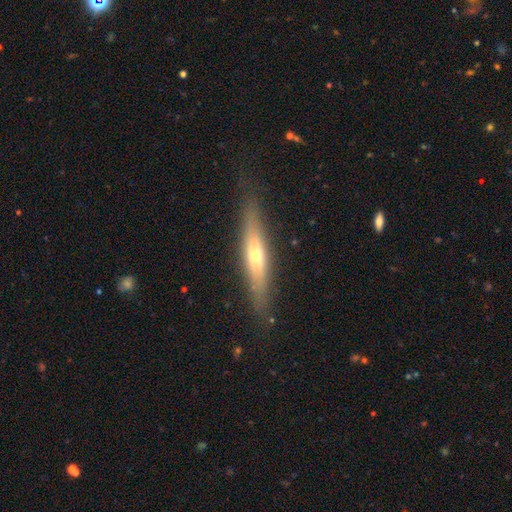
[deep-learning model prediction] The model was most divided on "smooth or featured": featured or disk: 56%, smooth: 37%, star or artifact: 7%. More confident: edge-on disk — yes (87%); merging — none (84%).